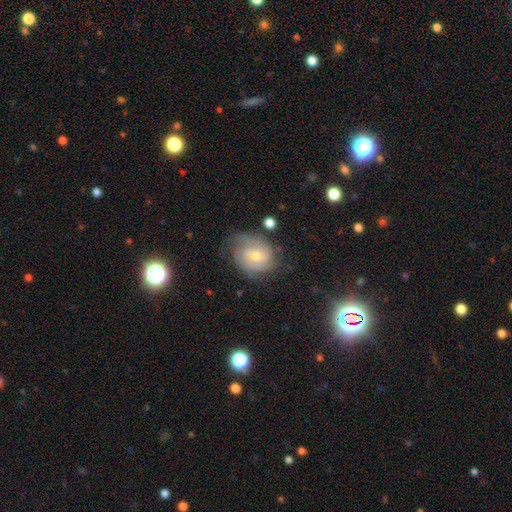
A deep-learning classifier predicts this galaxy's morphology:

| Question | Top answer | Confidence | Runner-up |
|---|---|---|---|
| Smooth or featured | featured or disk | 70% | smooth (19%) |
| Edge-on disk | no | 97% | yes (3%) |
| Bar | no | 53% | weak (39%) |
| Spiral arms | yes | 91% | no (9%) |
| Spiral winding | tight | 58% | medium (32%) |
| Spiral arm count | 2 | 40% | can't tell (33%) |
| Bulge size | moderate | 49% | small (47%) |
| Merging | none | 67% | minor disturbance (22%) |